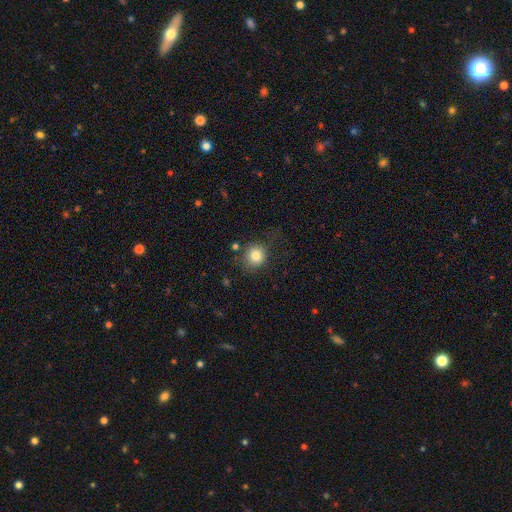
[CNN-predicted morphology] smooth-or-featured: smooth: 81% | star or artifact: 11% | featured or disk: 8%
  how-rounded: round: 86% | in between: 13% | cigar-shaped: 1%
  merging: none: 73% | minor disturbance: 17% | major disturbance: 7% | merger: 3%